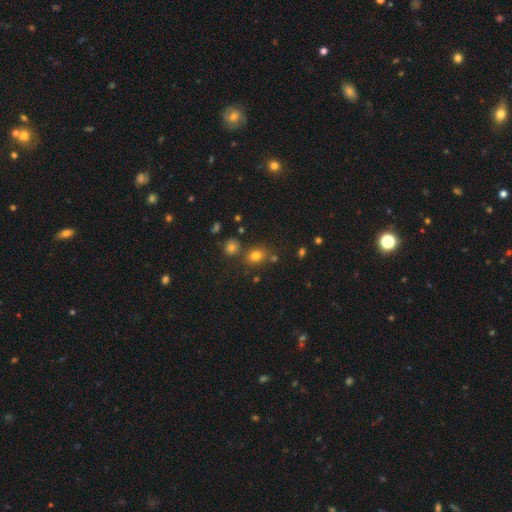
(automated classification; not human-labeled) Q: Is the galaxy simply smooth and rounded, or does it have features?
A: smooth — 76%.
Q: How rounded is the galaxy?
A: in between — 53%.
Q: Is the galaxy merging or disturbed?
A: none — 70%.